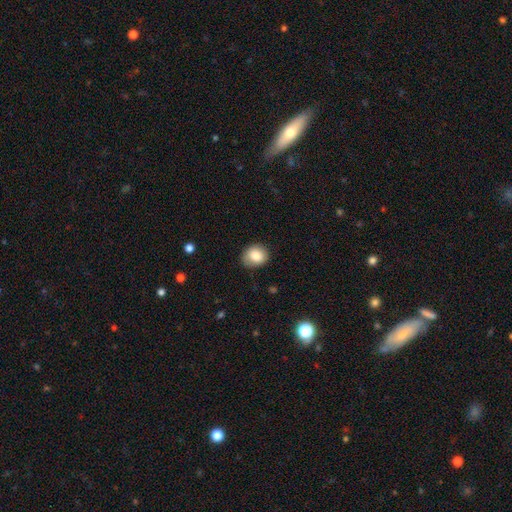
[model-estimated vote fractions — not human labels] smooth 83%, star or artifact 8%, featured or disk 8%. Down the decision tree: how rounded — round (71%); merging — none (78%).